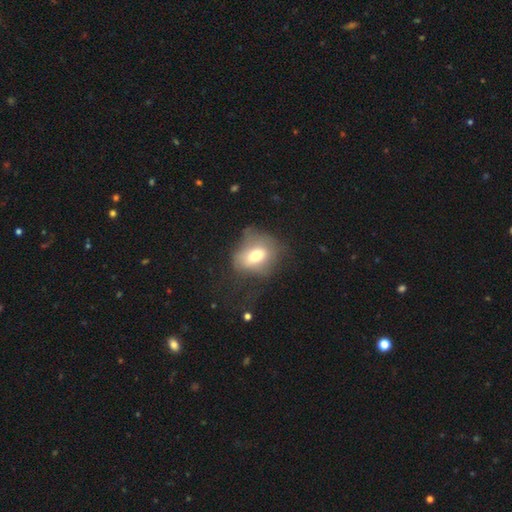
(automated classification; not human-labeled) Morphology: type=smooth (66%); roundness=in between (59%); merging=none (46%).